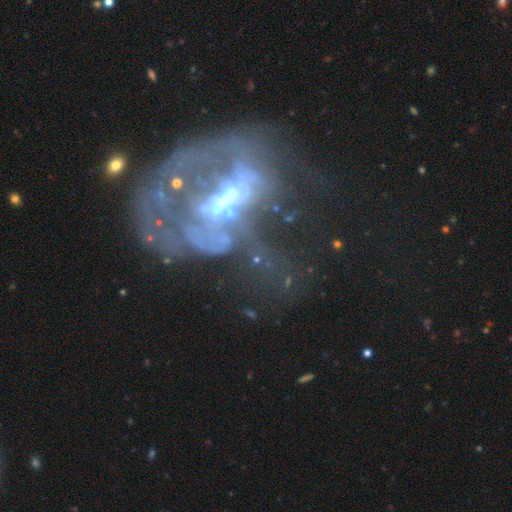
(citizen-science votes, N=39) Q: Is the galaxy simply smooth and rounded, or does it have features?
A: featured or disk — 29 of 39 (74%).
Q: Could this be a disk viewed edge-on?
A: no — 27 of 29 (93%).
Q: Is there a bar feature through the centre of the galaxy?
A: weak — 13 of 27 (48%).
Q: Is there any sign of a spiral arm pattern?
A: no — 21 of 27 (78%).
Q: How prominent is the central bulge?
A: moderate — 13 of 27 (48%).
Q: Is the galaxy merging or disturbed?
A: major disturbance — 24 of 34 (71%).